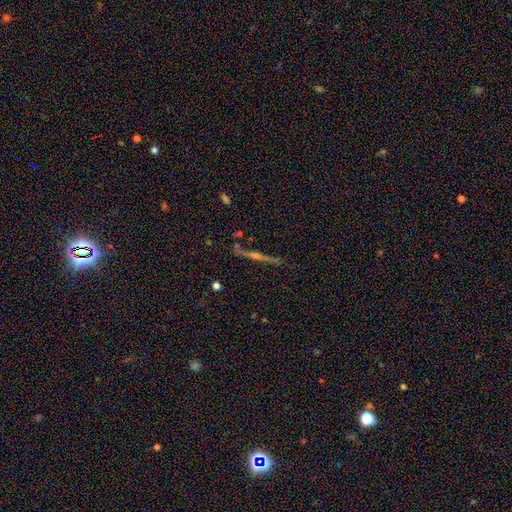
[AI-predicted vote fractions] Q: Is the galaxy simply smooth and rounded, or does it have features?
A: star or artifact — 48%.